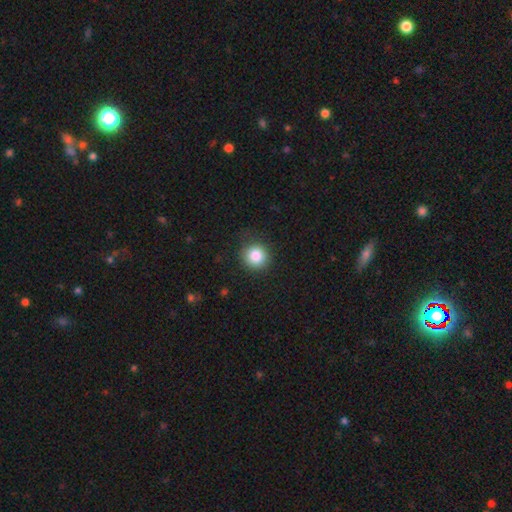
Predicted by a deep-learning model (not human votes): smooth-or-featured: smooth: 85% | star or artifact: 10% | featured or disk: 5%
  how-rounded: round: 93% | in between: 6% | cigar-shaped: 1%
  merging: none: 84% | minor disturbance: 11% | major disturbance: 3% | merger: 1%